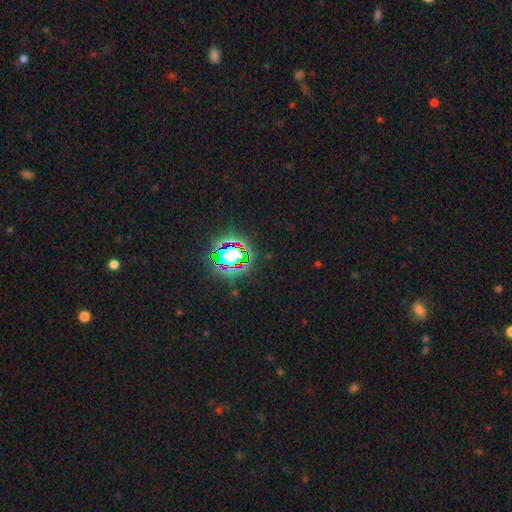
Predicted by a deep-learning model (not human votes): Smooth or featured? star or artifact (81%)